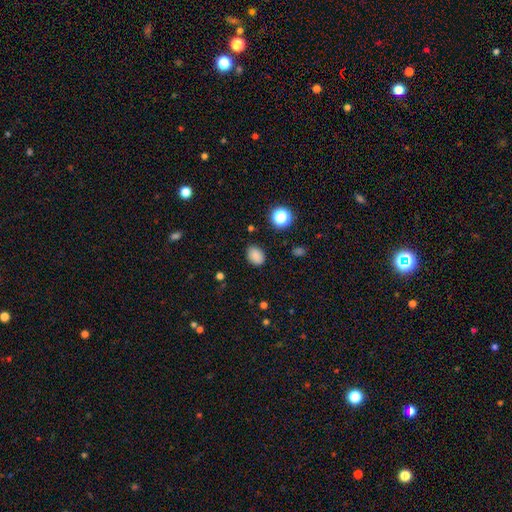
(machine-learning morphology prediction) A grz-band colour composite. It shows a smooth galaxy with no disk features (83%) that is in between round and cigar-shaped (65%). Merging: none (83%).